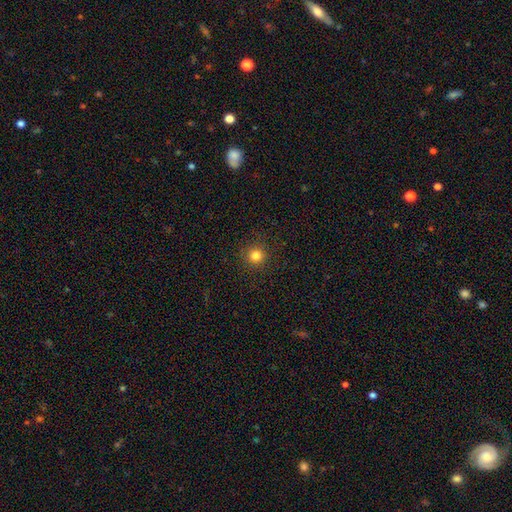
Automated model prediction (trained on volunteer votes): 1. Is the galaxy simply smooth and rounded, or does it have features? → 82% smooth, 13% star or artifact, 5% featured or disk.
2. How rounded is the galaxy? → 95% round, 4% in between, 1% cigar-shaped.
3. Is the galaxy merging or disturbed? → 91% none, 6% minor disturbance, 2% major disturbance, 1% merger.